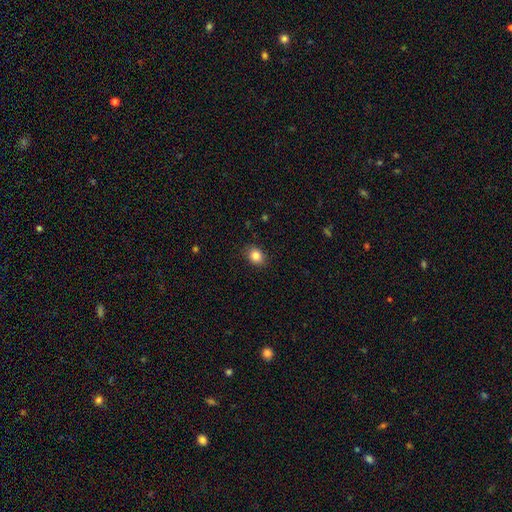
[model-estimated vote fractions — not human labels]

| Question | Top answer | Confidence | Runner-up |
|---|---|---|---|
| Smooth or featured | smooth | 85% | star or artifact (9%) |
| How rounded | in between | 56% | round (43%) |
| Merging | none | 86% | minor disturbance (10%) |